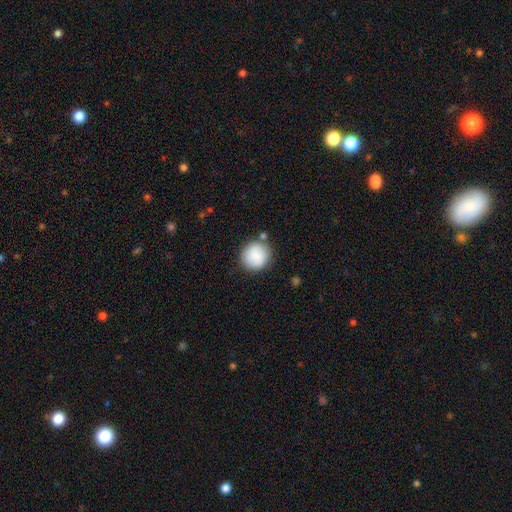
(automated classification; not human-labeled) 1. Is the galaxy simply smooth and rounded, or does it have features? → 87% smooth, 7% star or artifact, 6% featured or disk.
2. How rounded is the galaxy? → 93% round, 6% in between, 1% cigar-shaped.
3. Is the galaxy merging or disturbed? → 80% none, 11% minor disturbance, 6% merger, 3% major disturbance.